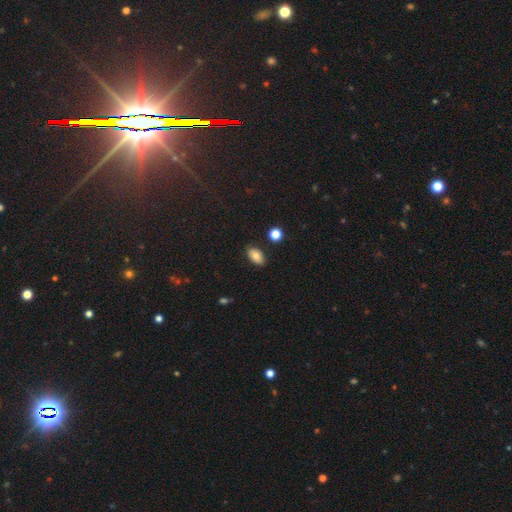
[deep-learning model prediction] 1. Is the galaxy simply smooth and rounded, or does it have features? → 77% smooth, 13% featured or disk, 10% star or artifact.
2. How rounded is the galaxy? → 90% in between, 8% round, 2% cigar-shaped.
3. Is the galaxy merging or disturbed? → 85% none, 10% minor disturbance, 2% merger, 2% major disturbance.